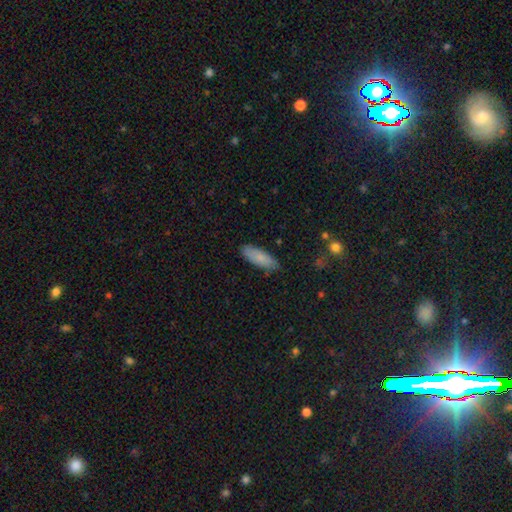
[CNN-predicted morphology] Q: Smooth or featured?
A: smooth (79%); runner-up: featured or disk (13%)
Q: How rounded?
A: in between (59%); runner-up: cigar-shaped (39%)
Q: Merging?
A: none (84%); runner-up: minor disturbance (12%)